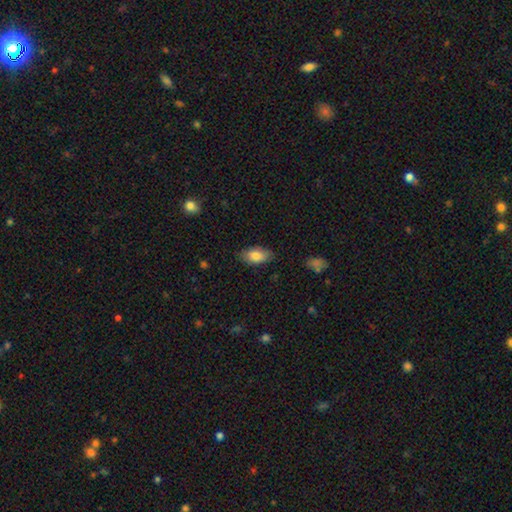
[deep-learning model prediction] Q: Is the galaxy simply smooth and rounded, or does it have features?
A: smooth — 83%.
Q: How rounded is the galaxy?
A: in between — 92%.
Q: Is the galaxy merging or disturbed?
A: none — 81%.